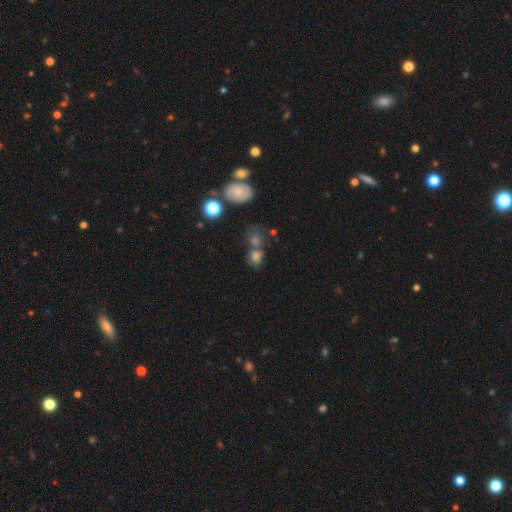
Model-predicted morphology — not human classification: Smooth or featured?
  - smooth: 66% *
  - star or artifact: 22%
  - featured or disk: 12%
How rounded?
  - round: 65% *
  - in between: 33%
  - cigar-shaped: 2%
Merging?
  - none: 45% *
  - merger: 36%
  - minor disturbance: 12%
  - major disturbance: 7%